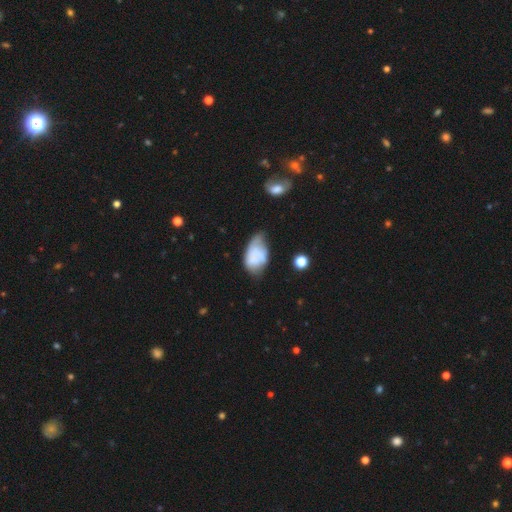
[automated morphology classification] smooth_or_featured: smooth (p=0.60) [alt: featured or disk p=0.32]
how_rounded: in between (p=0.89) [alt: round p=0.09]
merging: minor disturbance (p=0.41) [alt: none p=0.26]